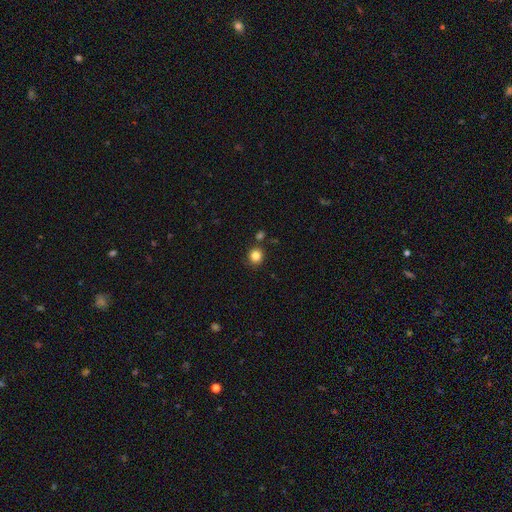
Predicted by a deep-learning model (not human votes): smooth 83%, star or artifact 11%, featured or disk 5%. Down the decision tree: how rounded — round (88%); merging — none (84%).